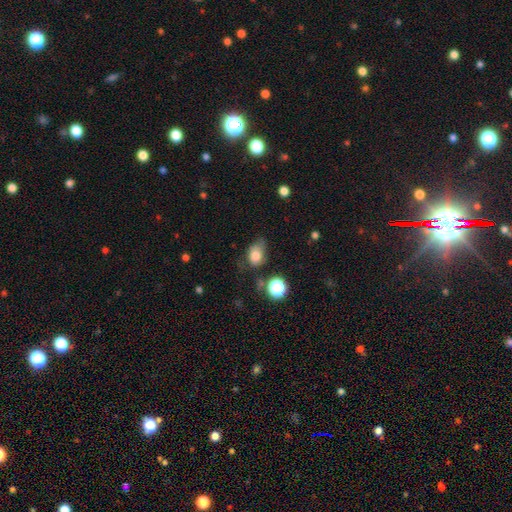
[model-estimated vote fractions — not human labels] smooth_or_featured: smooth (p=0.76) [alt: featured or disk p=0.13]
how_rounded: in between (p=0.72) [alt: round p=0.27]
merging: none (p=0.42) [alt: minor disturbance p=0.35]